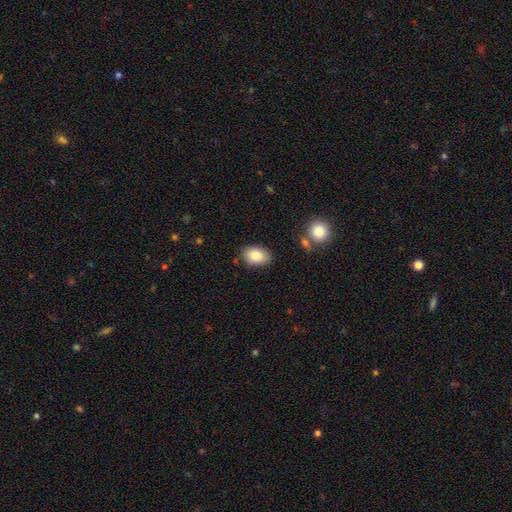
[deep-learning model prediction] A smooth galaxy with no disk features (82%) that is in between round and cigar-shaped (83%). Merging: none (83%).